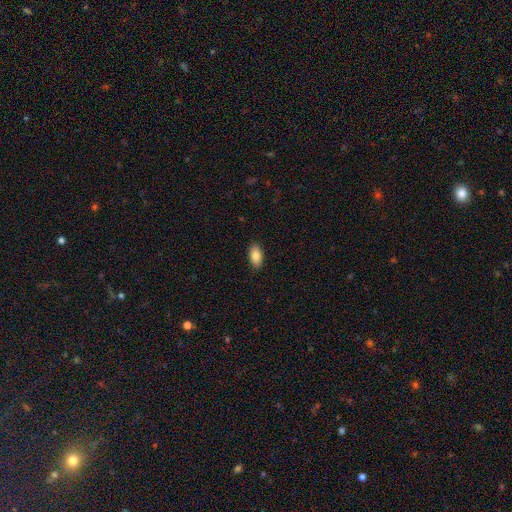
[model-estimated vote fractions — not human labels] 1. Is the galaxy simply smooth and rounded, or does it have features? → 84% smooth, 9% featured or disk, 7% star or artifact.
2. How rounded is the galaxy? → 93% in between, 4% cigar-shaped, 3% round.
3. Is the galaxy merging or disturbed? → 89% none, 8% minor disturbance, 2% major disturbance, 1% merger.